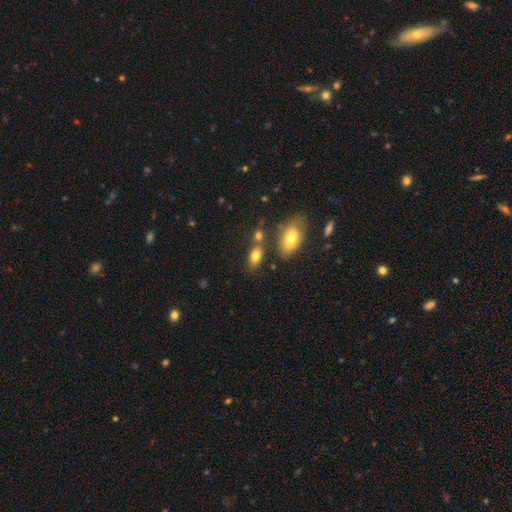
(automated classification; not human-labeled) This is likely a smooth galaxy (79%). How rounded: clearly in between (88%). Merging: likely none (64%).